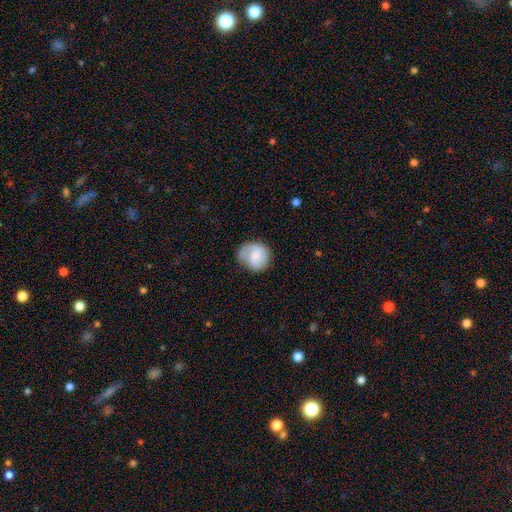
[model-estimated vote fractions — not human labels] Overall: smooth (61%; featured or disk 32%). How rounded: round (77%). Merging: none (53%; minor disturbance 29%).